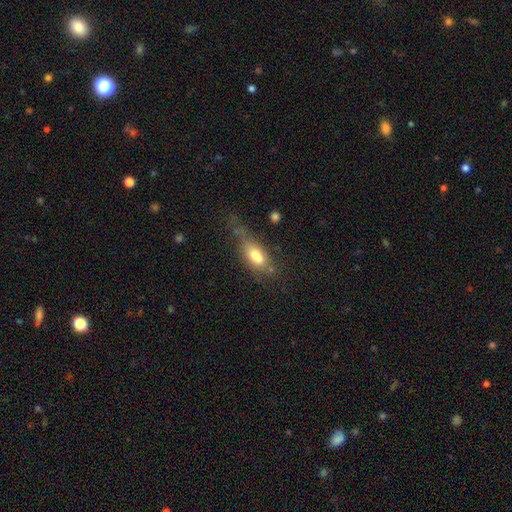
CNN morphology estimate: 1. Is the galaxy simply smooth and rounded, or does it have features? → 66% smooth, 25% featured or disk, 9% star or artifact.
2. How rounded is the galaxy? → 77% in between, 18% cigar-shaped, 5% round.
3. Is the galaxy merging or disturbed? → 37% none, 27% minor disturbance, 22% major disturbance, 13% merger.